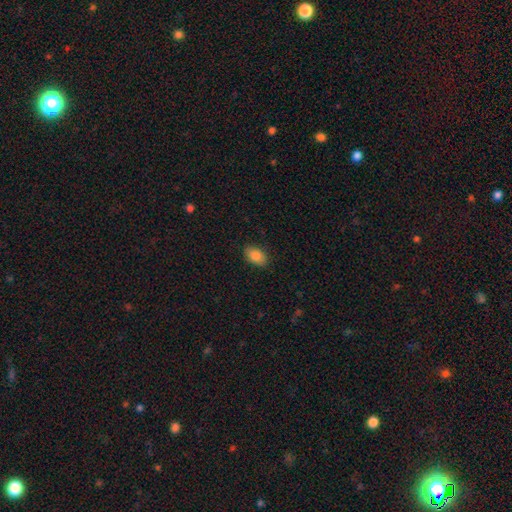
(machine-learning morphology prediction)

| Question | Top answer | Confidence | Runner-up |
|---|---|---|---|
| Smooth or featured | smooth | 85% | star or artifact (8%) |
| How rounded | in between | 90% | round (8%) |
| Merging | none | 87% | minor disturbance (9%) |